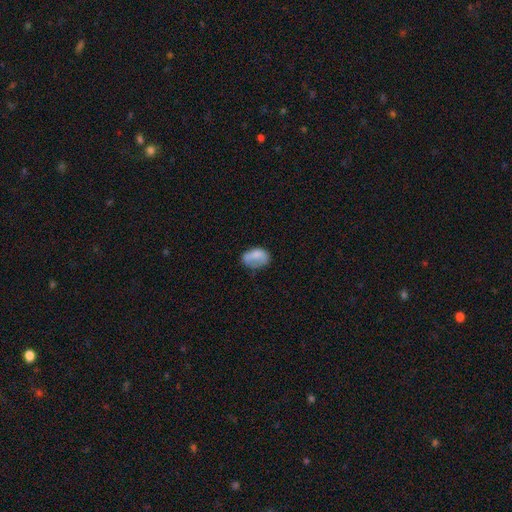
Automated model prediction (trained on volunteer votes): This appears to be a smooth galaxy with no disk features (74%) that is in between round and cigar-shaped (84%). Merging: none (46%).